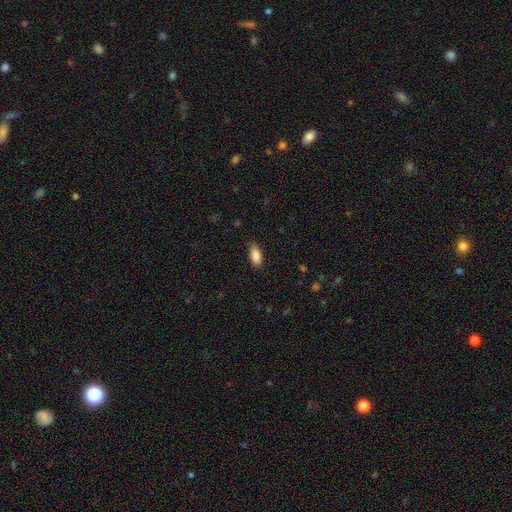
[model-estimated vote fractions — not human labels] Smooth or featured? smooth (89%)
How rounded? in between (87%)
Merging? none (83%)